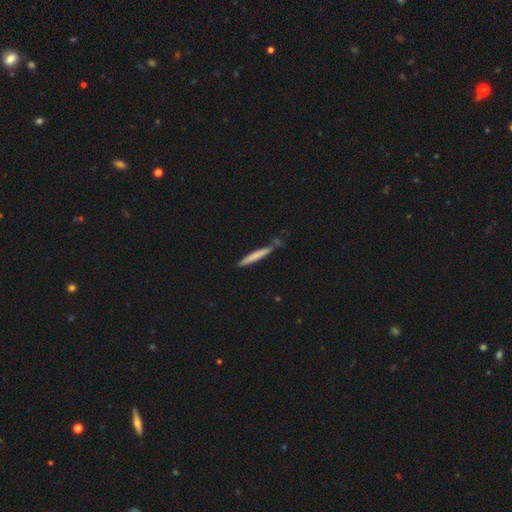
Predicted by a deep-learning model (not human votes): This appears to be a smooth galaxy with no disk features (69%) that is cigar-shaped (96%). Merging: none (74%).